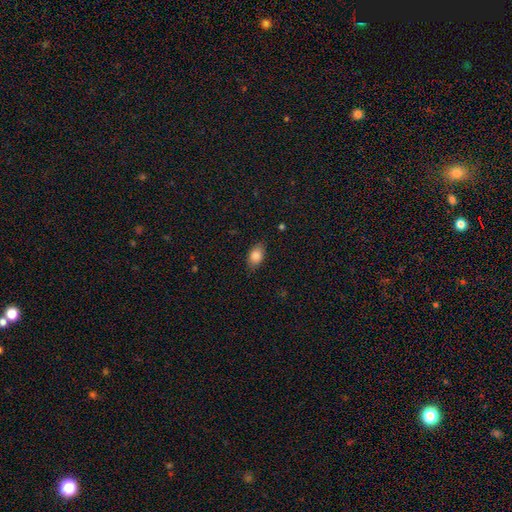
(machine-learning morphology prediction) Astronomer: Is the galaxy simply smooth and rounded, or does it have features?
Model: smooth — 85%.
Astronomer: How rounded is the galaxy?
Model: in between — 88%.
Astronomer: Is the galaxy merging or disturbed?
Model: none — 82%.